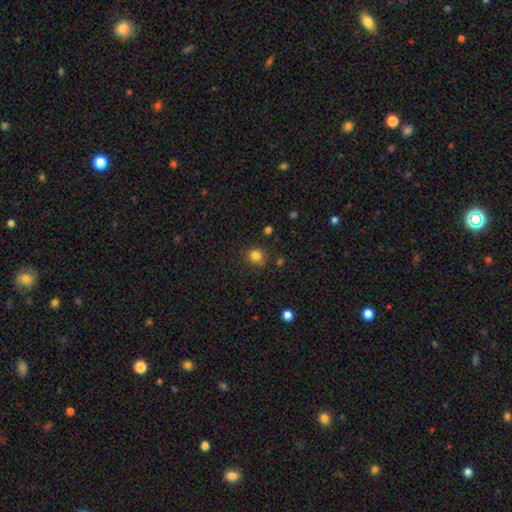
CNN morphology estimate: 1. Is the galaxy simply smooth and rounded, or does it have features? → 81% smooth, 14% star or artifact, 5% featured or disk.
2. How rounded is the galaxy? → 85% round, 14% in between, 1% cigar-shaped.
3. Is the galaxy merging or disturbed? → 84% none, 10% minor disturbance, 4% merger, 3% major disturbance.